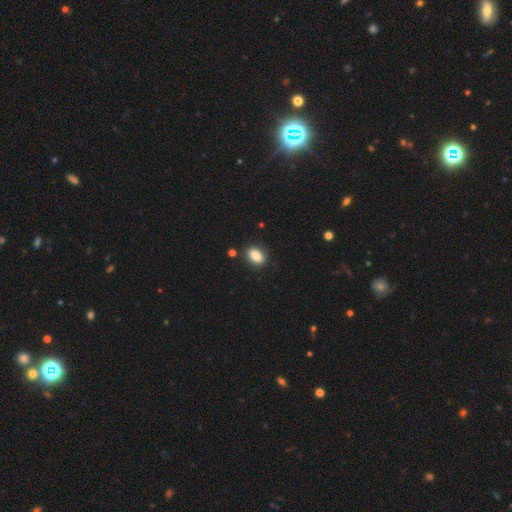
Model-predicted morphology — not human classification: Smooth or featured? smooth (86%)
How rounded? in between (86%)
Merging? none (87%)